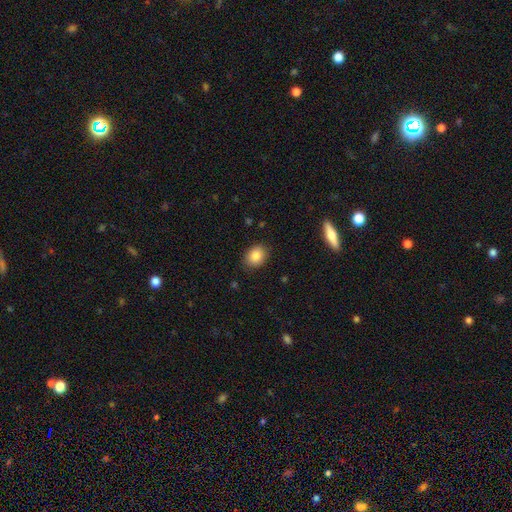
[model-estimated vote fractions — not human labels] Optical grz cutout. It shows a smooth galaxy with no disk features (85%) that is in between round and cigar-shaped (55%). Merging: none (86%).